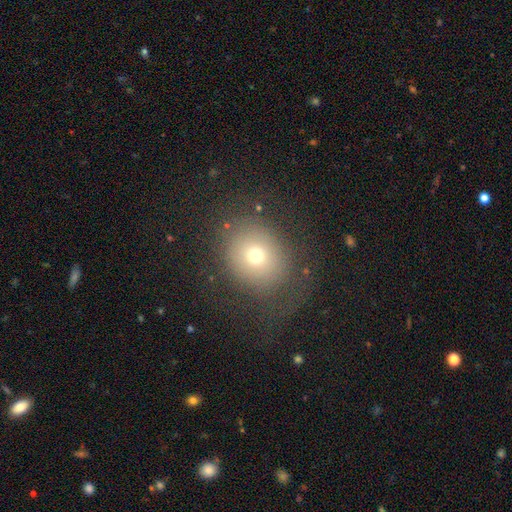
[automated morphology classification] Q: Smooth or featured?
A: smooth (68%); runner-up: star or artifact (16%)
Q: How rounded?
A: round (75%); runner-up: in between (25%)
Q: Merging?
A: none (64%); runner-up: major disturbance (19%)